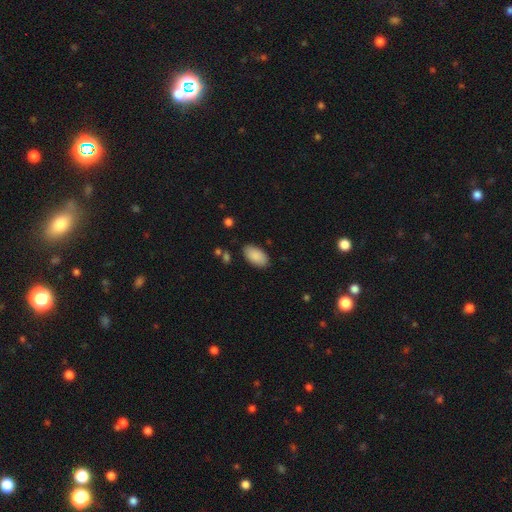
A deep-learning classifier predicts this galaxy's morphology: type=smooth (89%); roundness=in between (95%); merging=none (86%).